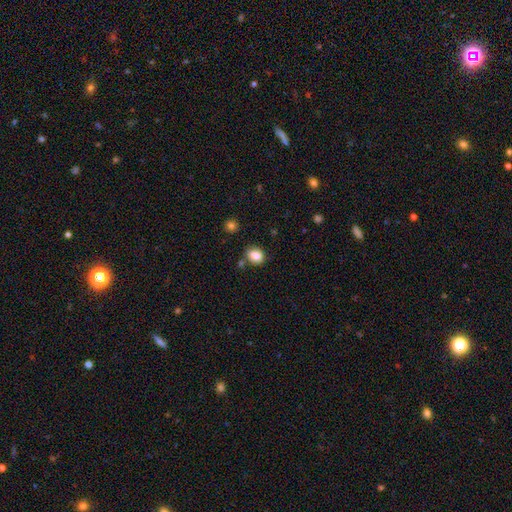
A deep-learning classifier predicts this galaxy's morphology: This is clearly a smooth galaxy (85%). How rounded: possibly in between (50%). Merging: likely none (70%).